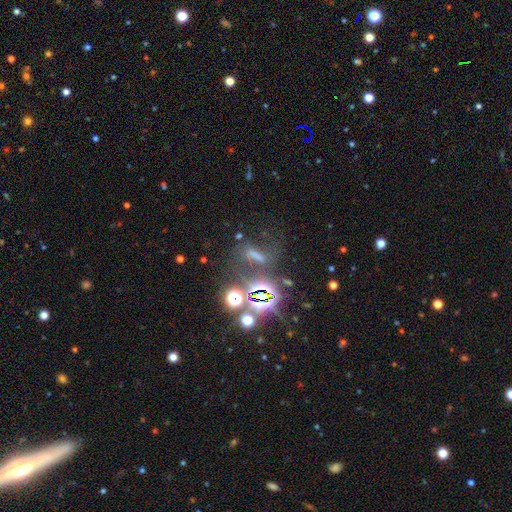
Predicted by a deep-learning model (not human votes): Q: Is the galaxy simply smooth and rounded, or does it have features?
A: star or artifact — 43%.